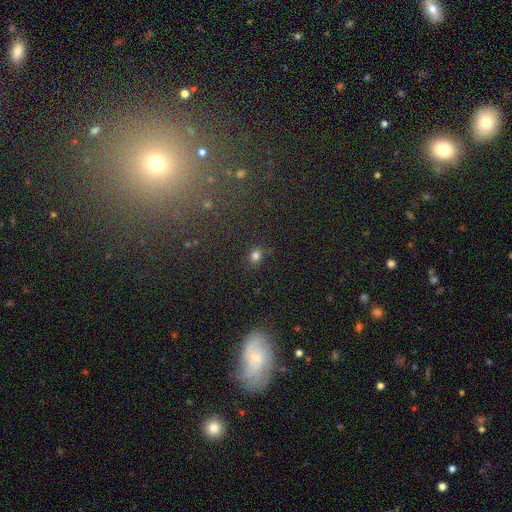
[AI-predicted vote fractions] Smooth or featured: smooth — 79% (star or artifact — 15%)
How rounded: in between — 55% (round — 44%)
Merging: none — 84% (minor disturbance — 10%)